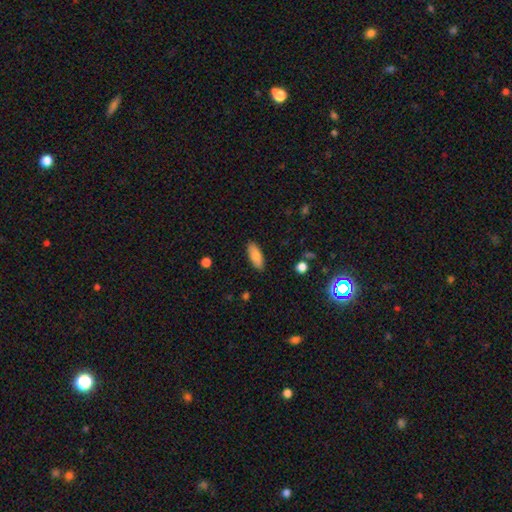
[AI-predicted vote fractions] Q: Smooth or featured?
A: smooth (82%); runner-up: featured or disk (12%)
Q: How rounded?
A: in between (78%); runner-up: cigar-shaped (20%)
Q: Merging?
A: none (88%); runner-up: minor disturbance (9%)